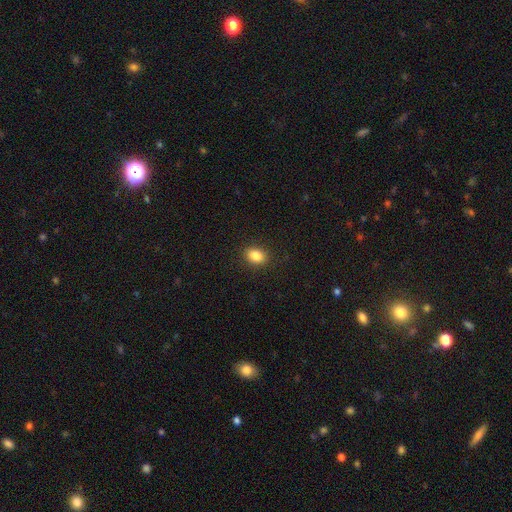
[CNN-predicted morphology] A smooth galaxy with no disk features (86%) that is in between round and cigar-shaped (69%).

Vote fractions:
- Smooth or featured? smooth: 86% / star or artifact: 9% / featured or disk: 5%
- How rounded? in between: 69% / round: 30% / cigar-shaped: 1%
- Merging? none: 89% / minor disturbance: 7% / major disturbance: 2% / merger: 1%